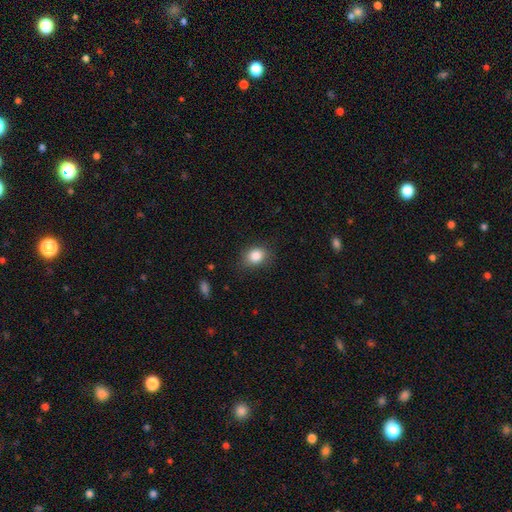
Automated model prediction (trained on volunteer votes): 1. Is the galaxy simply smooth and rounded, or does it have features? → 85% smooth, 9% star or artifact, 5% featured or disk.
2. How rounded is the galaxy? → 52% in between, 47% round, 1% cigar-shaped.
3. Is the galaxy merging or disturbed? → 78% none, 16% minor disturbance, 4% major disturbance, 1% merger.